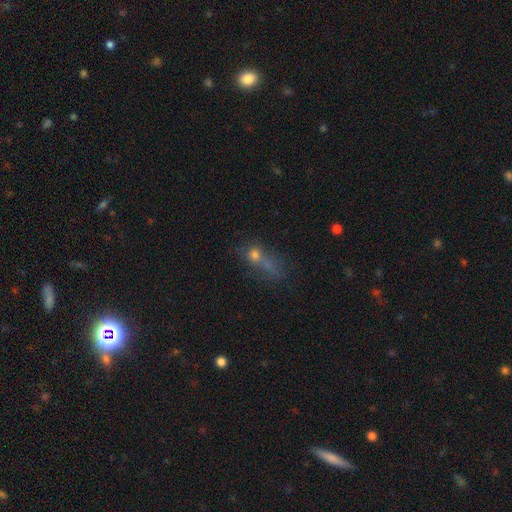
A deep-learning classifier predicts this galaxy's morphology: This is possibly a smooth galaxy (52%). How rounded: possibly round (48%). Merging: marginally none (34%).